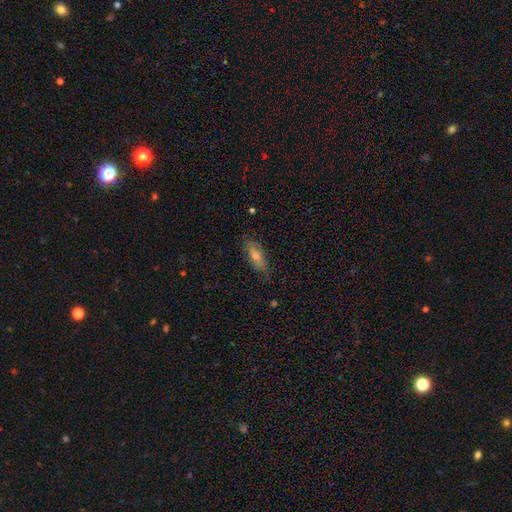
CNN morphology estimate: Smooth or featured?
  - smooth: 49% *
  - featured or disk: 41%
  - star or artifact: 10%
Merging?
  - none: 78% *
  - minor disturbance: 17%
  - major disturbance: 3%
  - merger: 1%